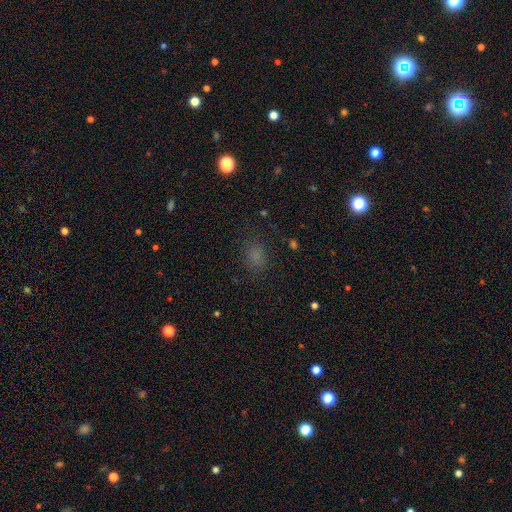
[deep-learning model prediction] Overall: smooth (74%). How rounded: in between (56%; round 43%). Merging: none (79%).